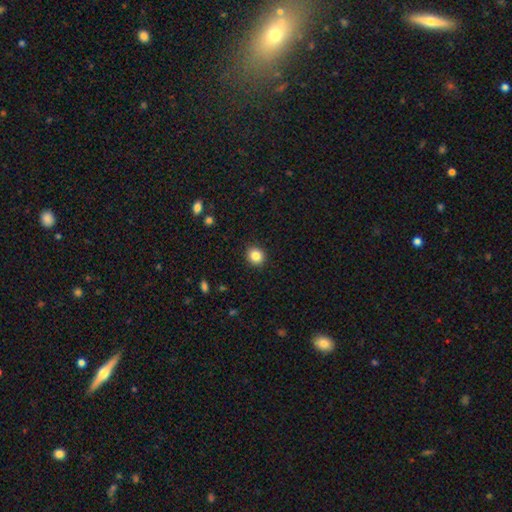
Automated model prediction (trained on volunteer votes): A smooth galaxy with no disk features (85%) that is round (79%). Merging: none (91%).